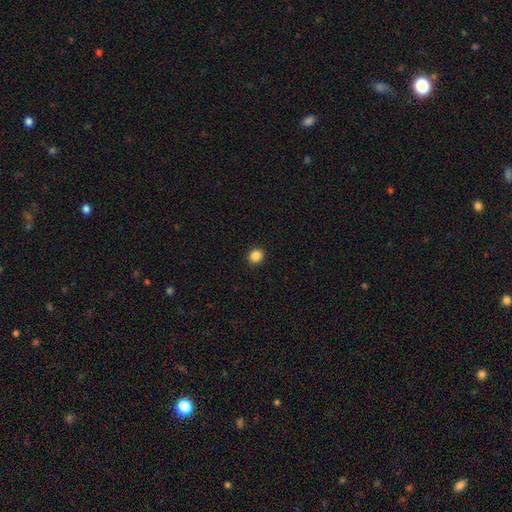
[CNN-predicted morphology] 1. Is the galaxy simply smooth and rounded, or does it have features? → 87% smooth, 10% star or artifact, 3% featured or disk.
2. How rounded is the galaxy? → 79% round, 20% in between, 1% cigar-shaped.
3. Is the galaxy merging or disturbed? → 92% none, 5% minor disturbance, 2% major disturbance, 1% merger.